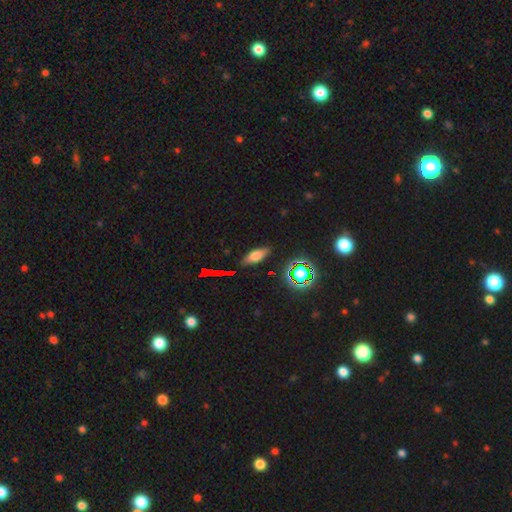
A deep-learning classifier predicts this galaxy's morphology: Q: Smooth or featured?
A: smooth (64%); runner-up: featured or disk (21%)
Q: How rounded?
A: in between (71%); runner-up: cigar-shaped (24%)
Q: Merging?
A: none (82%); runner-up: minor disturbance (12%)